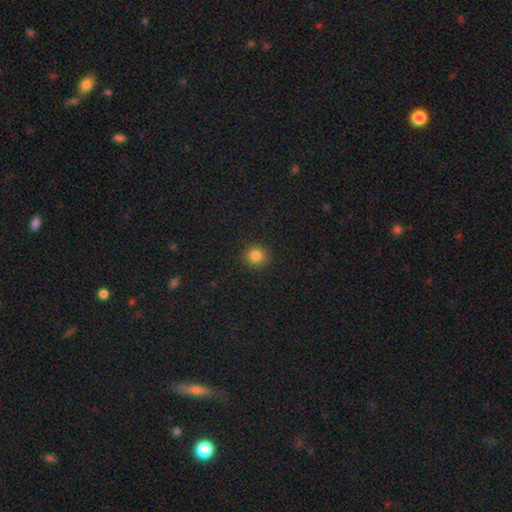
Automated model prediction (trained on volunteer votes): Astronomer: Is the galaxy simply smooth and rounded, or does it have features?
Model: smooth — 83%.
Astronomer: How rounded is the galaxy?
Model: round — 91%.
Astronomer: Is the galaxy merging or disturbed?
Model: none — 91%.